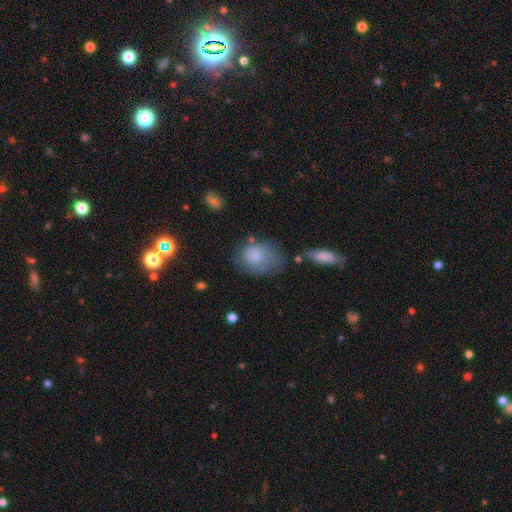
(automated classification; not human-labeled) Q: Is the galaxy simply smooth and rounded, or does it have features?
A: smooth — 77%.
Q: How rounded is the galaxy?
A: in between — 51%.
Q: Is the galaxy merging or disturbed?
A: none — 44%.